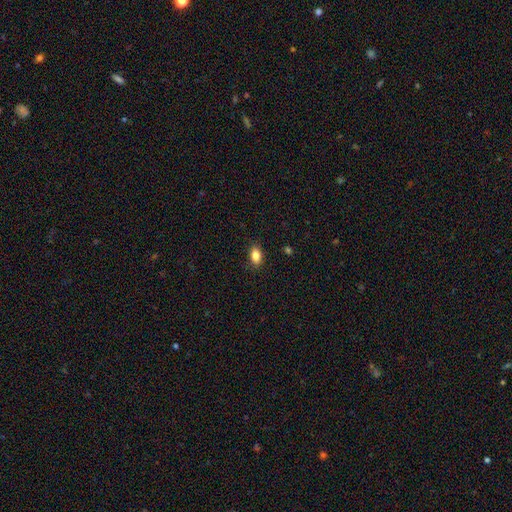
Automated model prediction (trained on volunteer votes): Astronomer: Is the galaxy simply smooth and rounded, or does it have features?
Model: smooth — 85%.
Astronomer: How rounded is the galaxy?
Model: in between — 85%.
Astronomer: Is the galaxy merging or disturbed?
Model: none — 87%.